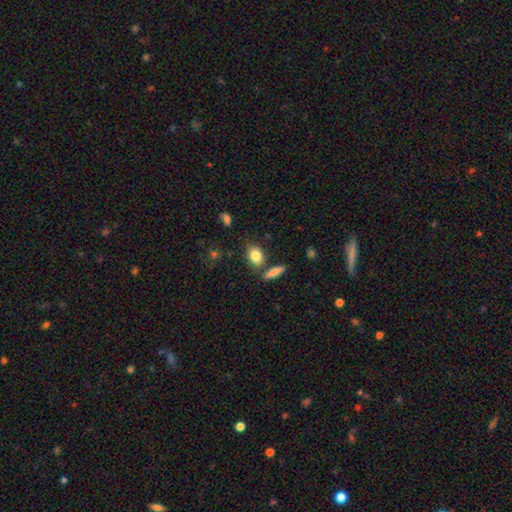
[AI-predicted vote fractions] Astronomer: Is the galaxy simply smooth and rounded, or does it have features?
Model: smooth — 83%.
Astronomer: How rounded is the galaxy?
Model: in between — 67%.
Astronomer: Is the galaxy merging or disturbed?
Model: none — 72%.